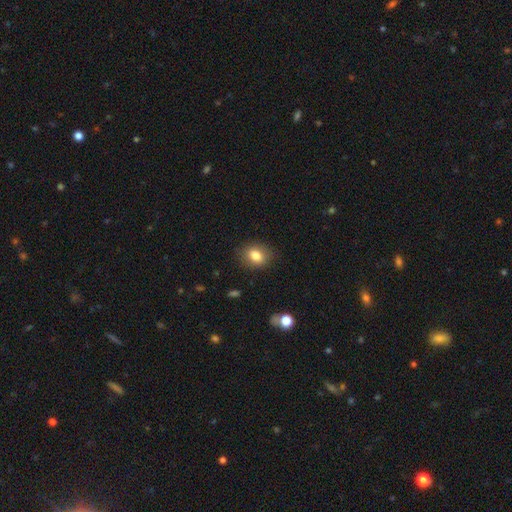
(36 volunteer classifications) Smooth or featured?
  - smooth: 92% *
  - star or artifact: 8%
  - featured or disk: 0%
How rounded?
  - round: 52% *
  - in between: 48%
  - cigar-shaped: 0%
Merging?
  - none: 79% *
  - minor disturbance: 21%
  - major disturbance: 0%
  - merger: 0%